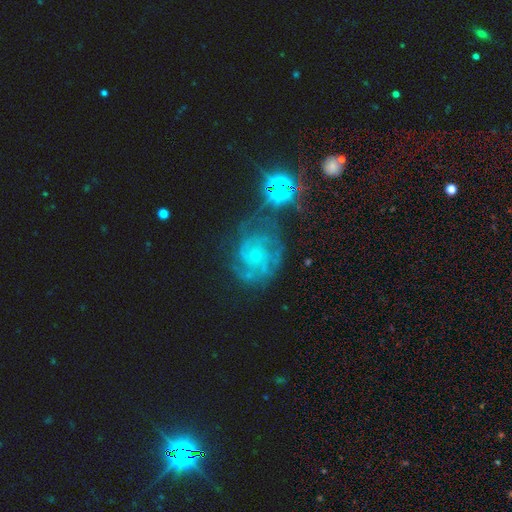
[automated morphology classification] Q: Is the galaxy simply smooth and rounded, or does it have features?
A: featured or disk — 74%.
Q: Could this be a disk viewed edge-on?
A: no — 98%.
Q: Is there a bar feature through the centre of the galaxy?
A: no — 77%.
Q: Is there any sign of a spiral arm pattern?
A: yes — 91%.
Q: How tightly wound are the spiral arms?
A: tight — 57%.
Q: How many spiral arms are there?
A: can't tell — 36%.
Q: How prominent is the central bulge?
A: small — 79%.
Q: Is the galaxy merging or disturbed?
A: none — 59%.